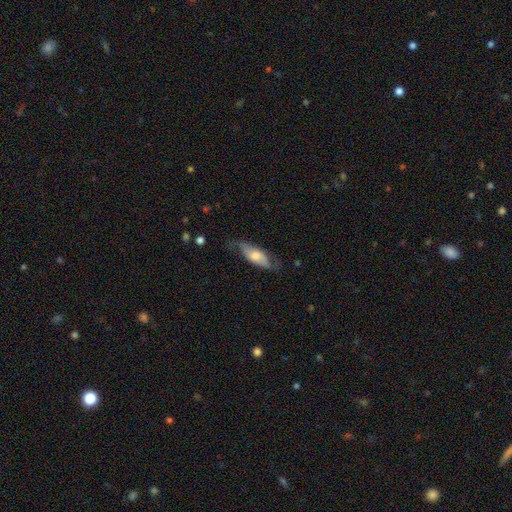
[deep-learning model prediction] A smooth galaxy with no disk features (56%) that is in between round and cigar-shaped (70%). Merging: none (60%).